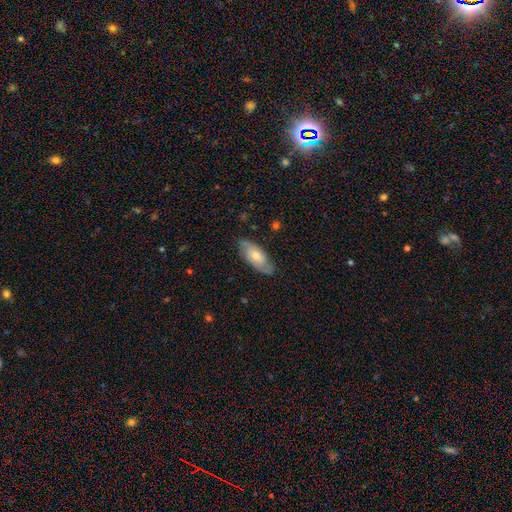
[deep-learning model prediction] Smooth or featured?
  - featured or disk: 55% *
  - smooth: 38%
  - star or artifact: 7%
Edge-on disk?
  - no: 84% *
  - yes: 16%
Merging?
  - none: 82% *
  - minor disturbance: 14%
  - major disturbance: 3%
  - merger: 1%